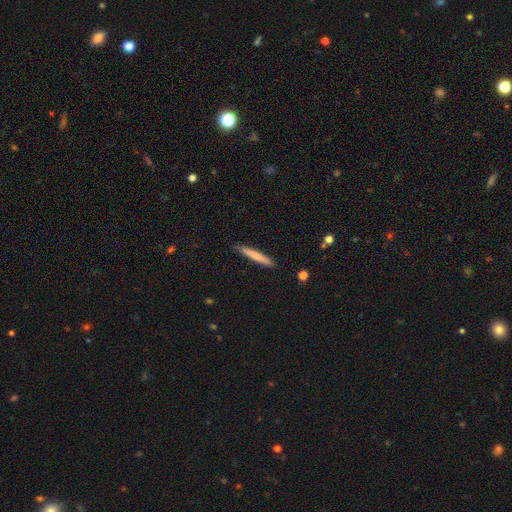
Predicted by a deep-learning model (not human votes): Overall: smooth (73%). How rounded: cigar-shaped (96%). Merging: none (88%).